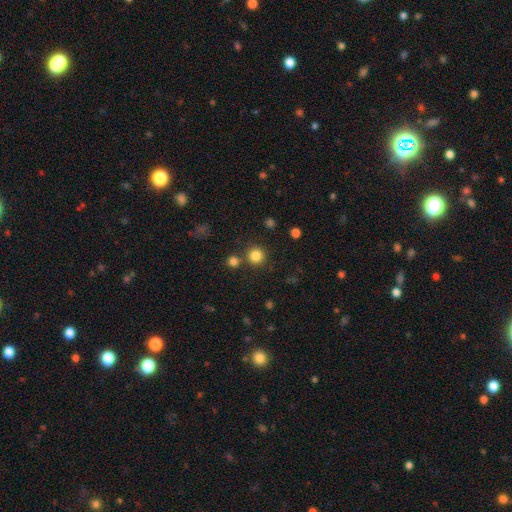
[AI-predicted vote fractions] Smooth or featured?
  - smooth: 82% *
  - star or artifact: 13%
  - featured or disk: 4%
How rounded?
  - round: 93% *
  - in between: 6%
  - cigar-shaped: 1%
Merging?
  - none: 79% *
  - merger: 11%
  - minor disturbance: 7%
  - major disturbance: 3%